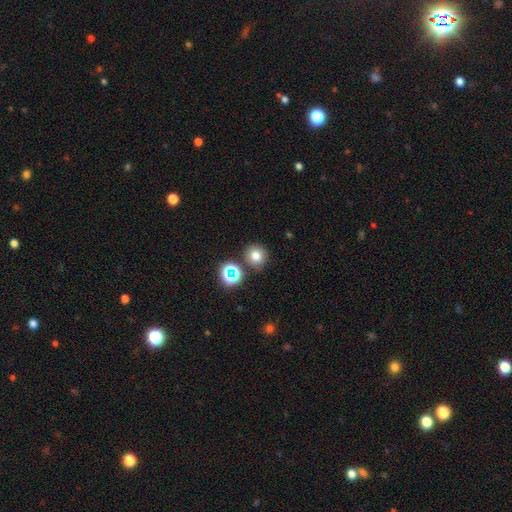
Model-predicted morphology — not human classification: This appears to be a smooth galaxy with no disk features (73%) that is round (88%). Merging: none (80%).